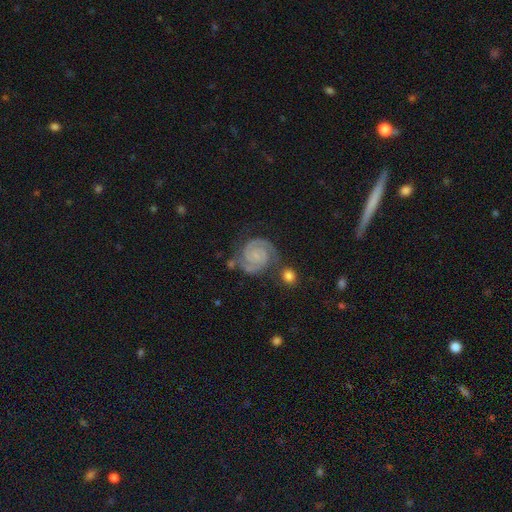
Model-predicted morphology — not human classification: Smooth or featured?
  - featured or disk: 88% *
  - smooth: 6%
  - star or artifact: 5%
Edge-on disk?
  - no: 98% *
  - yes: 2%
Bar?
  - no: 59% *
  - weak: 32%
  - strong: 9%
Spiral arms?
  - yes: 98% *
  - no: 2%
Spiral winding?
  - tight: 69% *
  - medium: 27%
  - loose: 4%
Spiral arm count?
  - 2: 89% *
  - 3: 4%
  - can't tell: 3%
  - 1: 1%
  - 4: 1%
  - more than 4: 1%
Bulge size?
  - small: 55% *
  - none: 30%
  - moderate: 12%
  - large: 2%
  - dominant: 1%
Merging?
  - none: 71% *
  - minor disturbance: 16%
  - merger: 8%
  - major disturbance: 6%